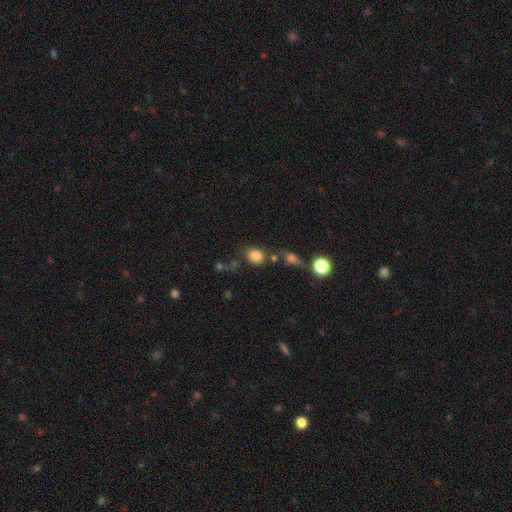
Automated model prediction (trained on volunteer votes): A smooth galaxy with no disk features (82%) that is round (65%).

Vote fractions:
- Smooth or featured? smooth: 82% / star or artifact: 12% / featured or disk: 6%
- How rounded? round: 65% / in between: 34% / cigar-shaped: 1%
- Merging? none: 68% / minor disturbance: 14% / merger: 11% / major disturbance: 6%